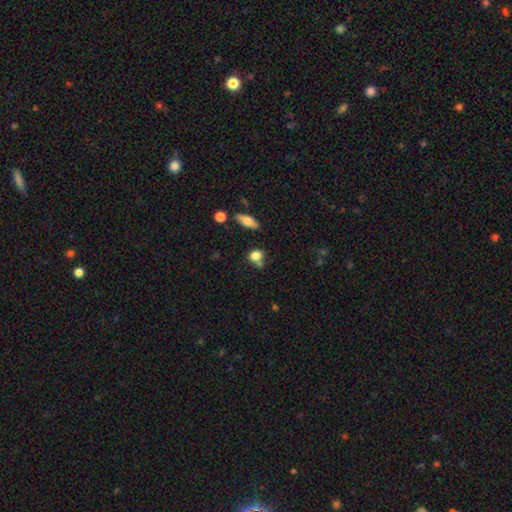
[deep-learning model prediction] Smooth or featured? smooth (81%)
How rounded? in between (51%)
Merging? none (51%)